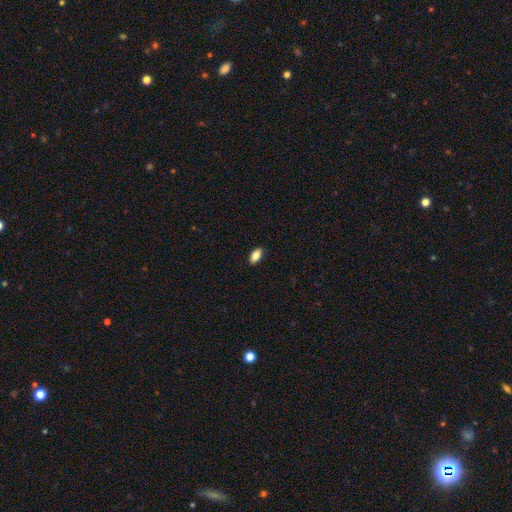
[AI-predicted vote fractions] This is clearly a smooth galaxy (83%). How rounded: clearly in between (91%). Merging: clearly none (89%).